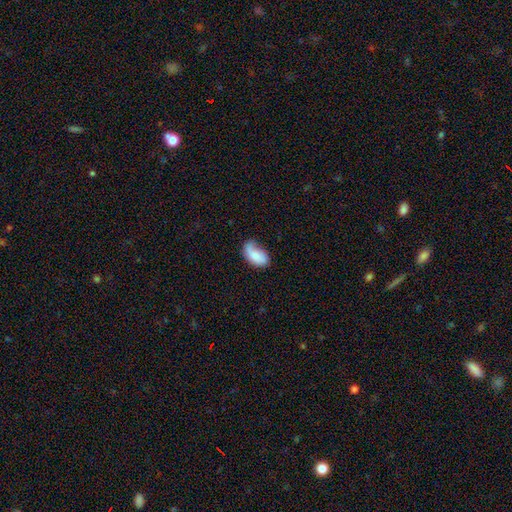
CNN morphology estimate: Overall: smooth (75%). How rounded: in between (93%). Merging: none (42%; minor disturbance 37%).